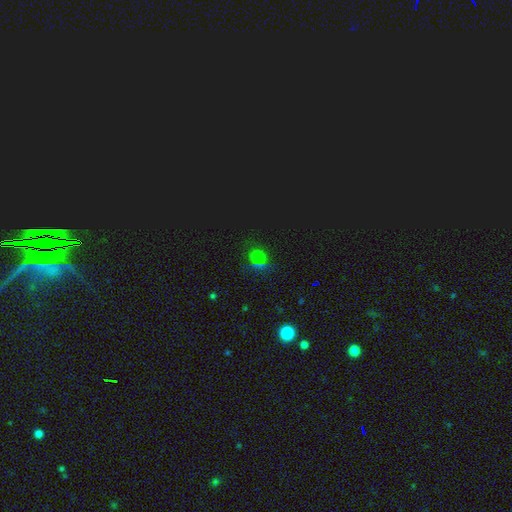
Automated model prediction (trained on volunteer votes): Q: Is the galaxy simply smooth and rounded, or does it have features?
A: star or artifact — 55%.